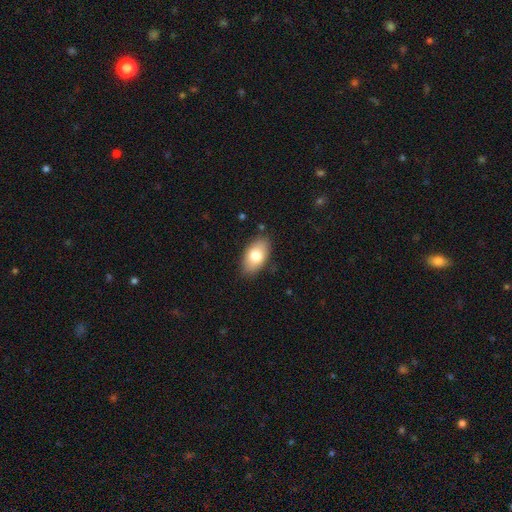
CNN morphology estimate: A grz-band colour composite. It shows a smooth galaxy with no disk features (76%) that is in between round and cigar-shaped (92%). Merging: none (84%).